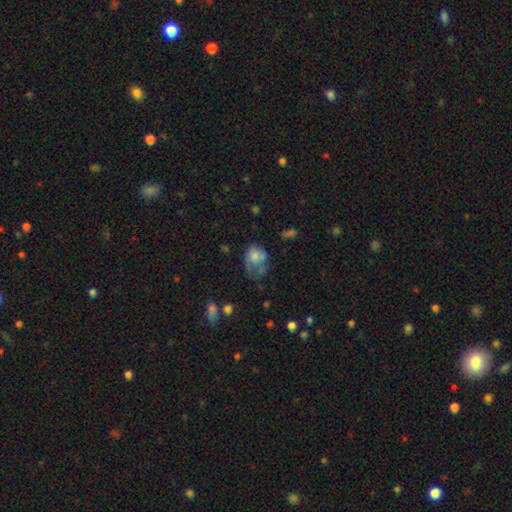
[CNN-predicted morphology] A smooth galaxy with no disk features (64%) that is in between round and cigar-shaped (60%).

Vote fractions:
- Smooth or featured? smooth: 64% / featured or disk: 26% / star or artifact: 10%
- How rounded? in between: 60% / round: 39% / cigar-shaped: 1%
- Merging? major disturbance: 35% / minor disturbance: 28% / none: 25% / merger: 12%